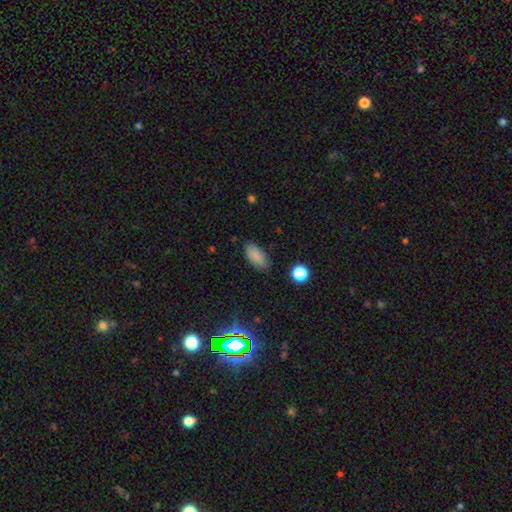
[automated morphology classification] Q: Smooth or featured?
A: smooth (84%); runner-up: star or artifact (9%)
Q: How rounded?
A: in between (90%); runner-up: cigar-shaped (7%)
Q: Merging?
A: none (84%); runner-up: minor disturbance (12%)